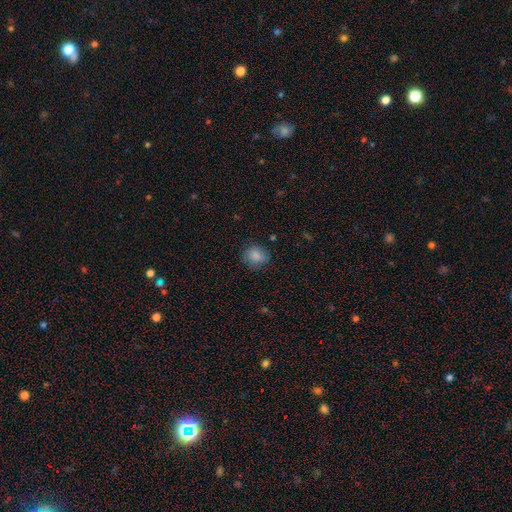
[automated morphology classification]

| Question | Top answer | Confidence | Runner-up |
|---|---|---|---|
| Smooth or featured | smooth | 85% | star or artifact (9%) |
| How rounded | round | 76% | in between (23%) |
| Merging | none | 79% | minor disturbance (15%) |